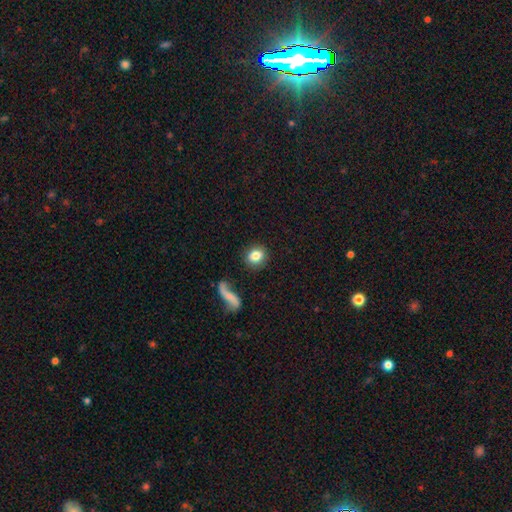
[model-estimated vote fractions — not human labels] This appears to be a smooth galaxy with no disk features (82%) that is round (69%). Merging: none (82%).